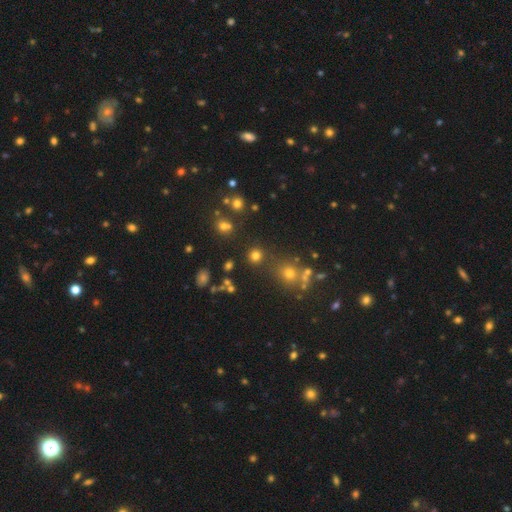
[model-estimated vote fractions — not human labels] Smooth or featured? smooth (73%)
How rounded? round (90%)
Merging? none (79%)